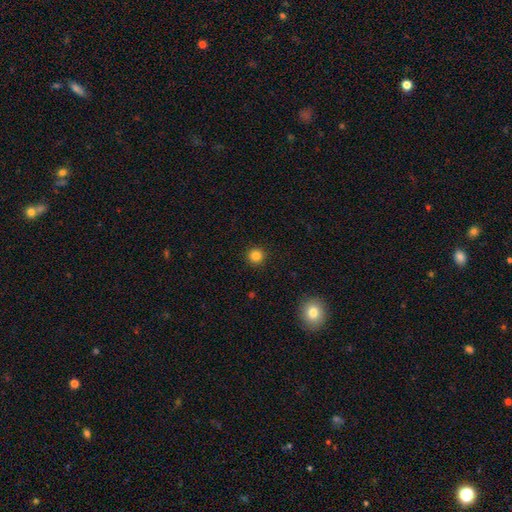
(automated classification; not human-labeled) Q: Smooth or featured?
A: smooth (84%); runner-up: star or artifact (12%)
Q: How rounded?
A: round (95%); runner-up: in between (4%)
Q: Merging?
A: none (92%); runner-up: minor disturbance (5%)